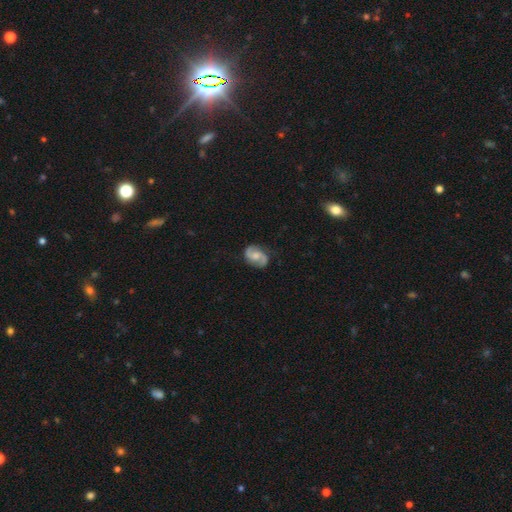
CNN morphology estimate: A featured or disk galaxy (83%) with no bar (51%), 2 (93%) medium (51%) spiral arms (97%) and a moderate central bulge (52%). Merging: none (82%).